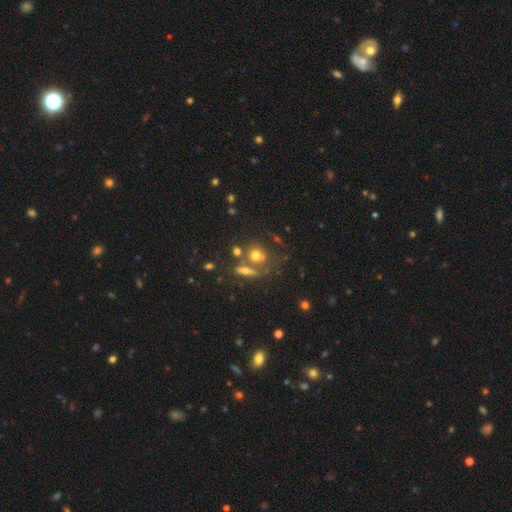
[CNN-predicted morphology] Smooth or featured?
  - smooth: 63% *
  - featured or disk: 21%
  - star or artifact: 17%
How rounded?
  - round: 72% *
  - in between: 24%
  - cigar-shaped: 4%
Merging?
  - none: 51% *
  - merger: 28%
  - minor disturbance: 13%
  - major disturbance: 8%